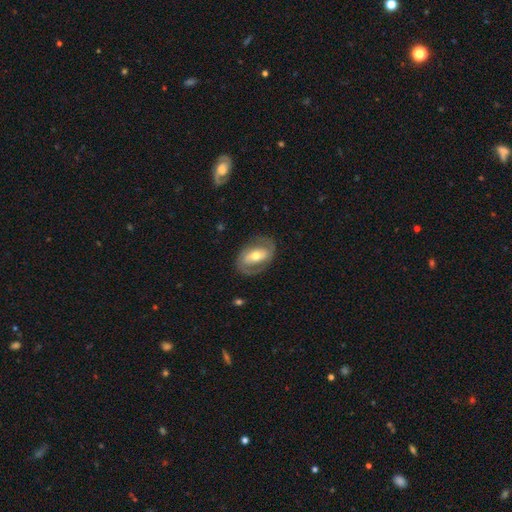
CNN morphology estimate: This appears to be a featured or disk galaxy (71%) with no bar (36%), spiral arms (73%) and a moderate central bulge (67%). Merging: none (75%).